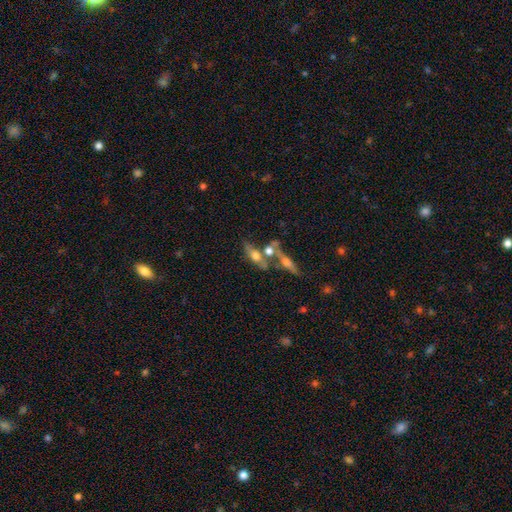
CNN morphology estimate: Smooth or featured? featured or disk (49%)
Merging? merger (42%)